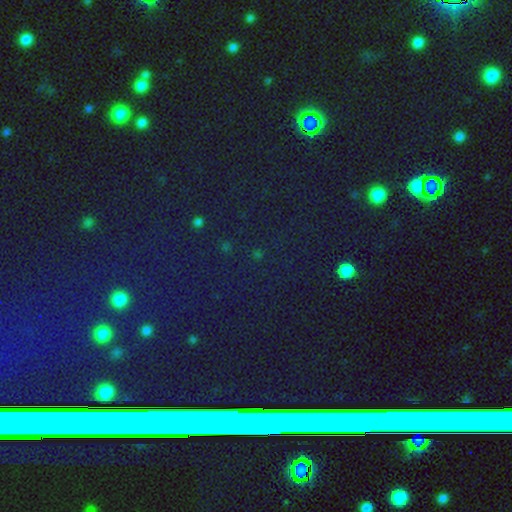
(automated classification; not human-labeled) The model was most divided on "smooth or featured": star or artifact: 78%, smooth: 12%, featured or disk: 10%.